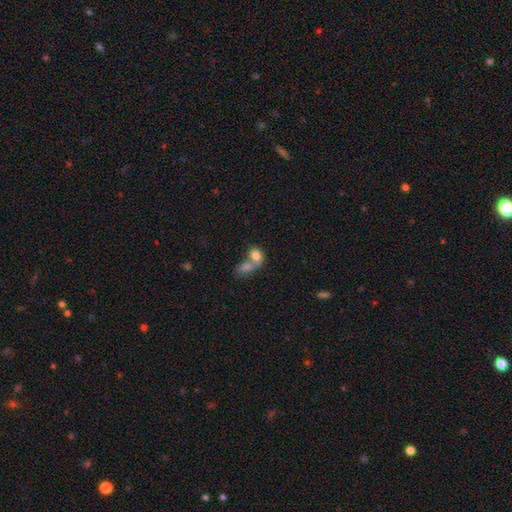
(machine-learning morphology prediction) smooth_or_featured: smooth (p=0.80) [alt: featured or disk p=0.12]
how_rounded: in between (p=0.66) [alt: round p=0.32]
merging: merger (p=0.69) [alt: none p=0.20]